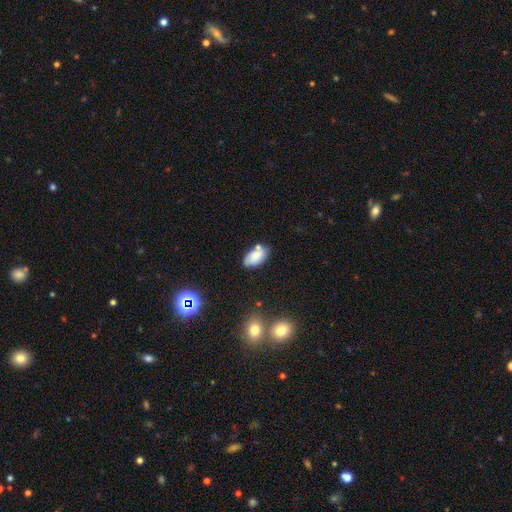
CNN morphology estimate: Smooth or featured: smooth — 80% (featured or disk — 11%)
How rounded: in between — 94% (round — 4%)
Merging: none — 63% (minor disturbance — 21%)